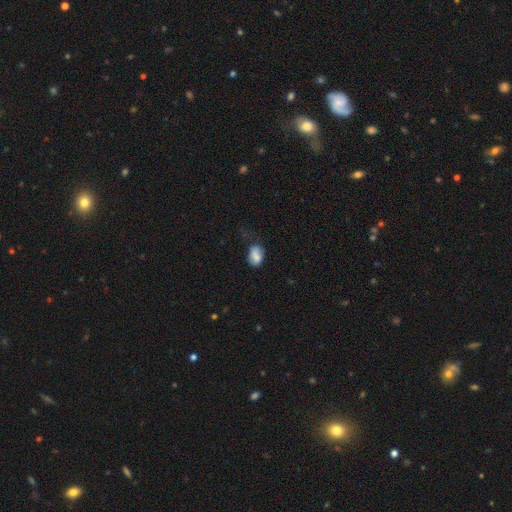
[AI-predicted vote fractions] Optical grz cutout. It shows a smooth galaxy with no disk features (76%) that is in between round and cigar-shaped (78%). Merging: none (45%).